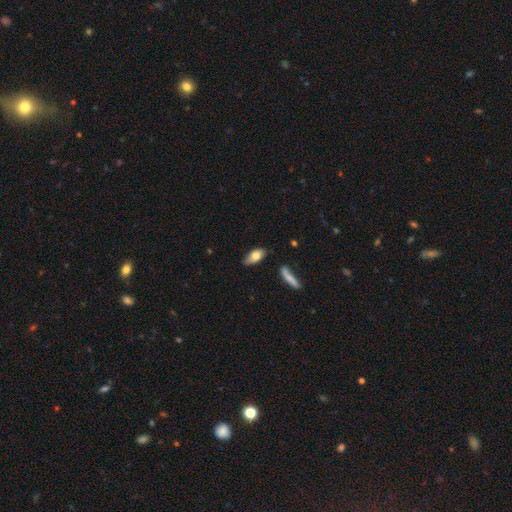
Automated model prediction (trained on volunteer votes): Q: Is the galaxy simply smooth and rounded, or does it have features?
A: smooth — 71%.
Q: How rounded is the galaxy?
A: in between — 80%.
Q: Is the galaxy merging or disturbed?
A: none — 69%.